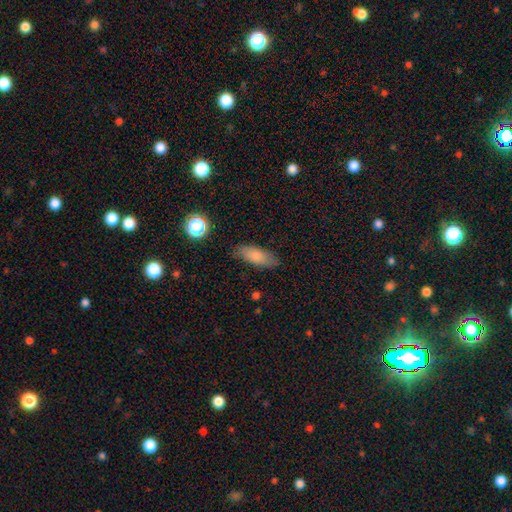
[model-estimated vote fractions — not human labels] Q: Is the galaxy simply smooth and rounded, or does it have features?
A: smooth — 82%.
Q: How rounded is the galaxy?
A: in between — 77%.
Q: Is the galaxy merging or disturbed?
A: none — 83%.